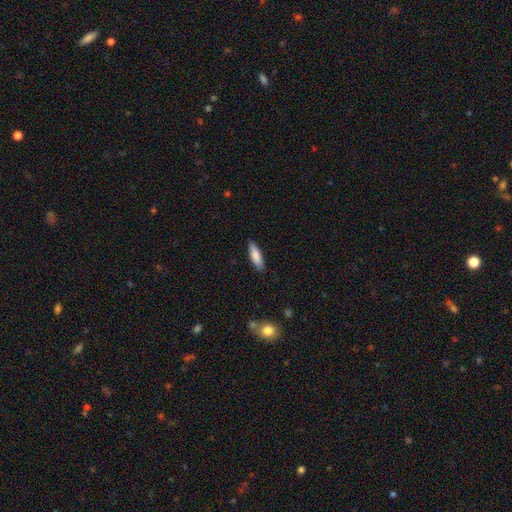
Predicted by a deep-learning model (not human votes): Overall: smooth (84%). How rounded: cigar-shaped (51%; in between 48%). Merging: none (85%).